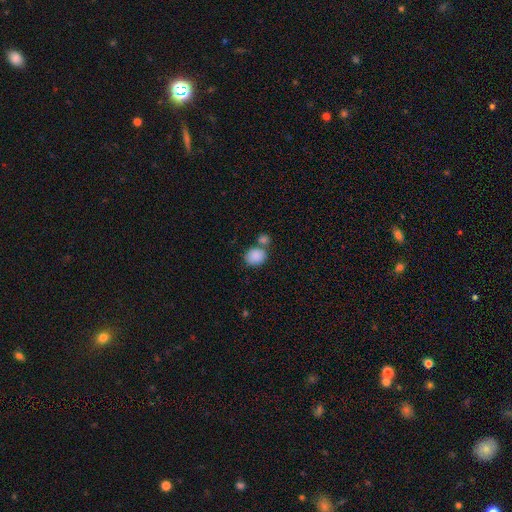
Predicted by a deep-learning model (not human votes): Morphology: type=smooth (87%); roundness=round (52%); merging=none (48%).